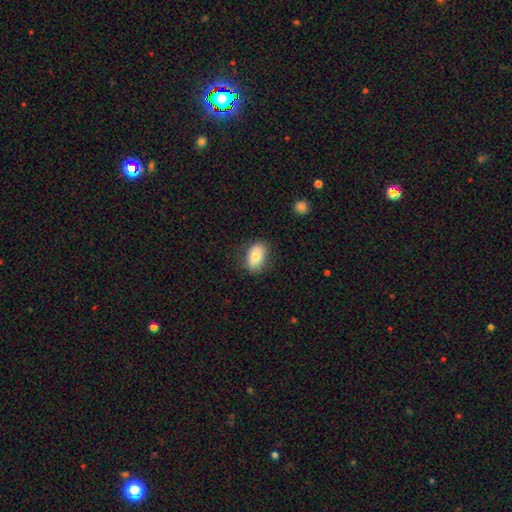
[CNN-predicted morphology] smooth 78%, featured or disk 14%, star or artifact 8%. Down the decision tree: how rounded — in between (87%); merging — none (79%).